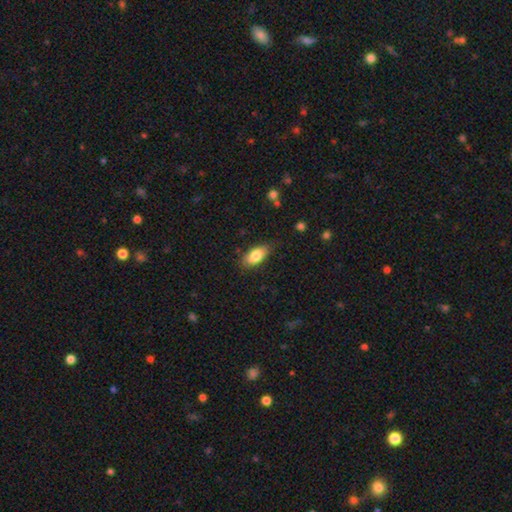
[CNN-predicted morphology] The model was most divided on "merging": none: 78%, minor disturbance: 17%, major disturbance: 3%, merger: 1%. More confident: how rounded — in between (88%); smooth or featured — smooth (81%).